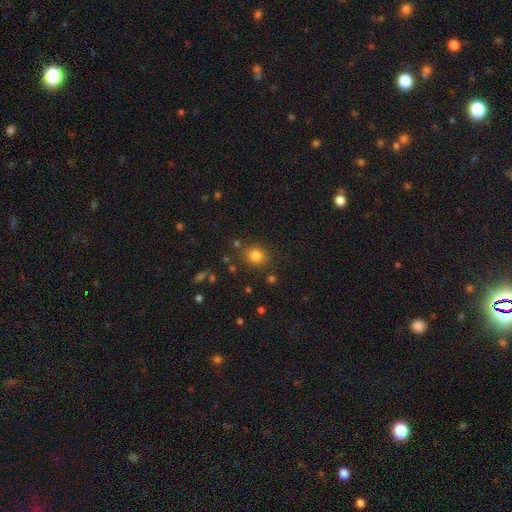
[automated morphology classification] smooth 80%, star or artifact 14%, featured or disk 6%. Down the decision tree: how rounded — round (76%); merging — none (82%).